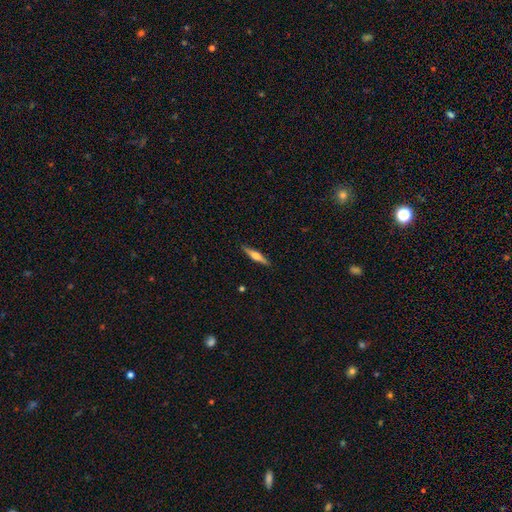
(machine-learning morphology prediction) Q: Smooth or featured?
A: featured or disk (60%); runner-up: smooth (34%)
Q: Edge-on disk?
A: yes (97%); runner-up: no (3%)
Q: Edge-on bulge?
A: rounded (85%); runner-up: boxy (10%)
Q: Merging?
A: none (90%); runner-up: minor disturbance (7%)